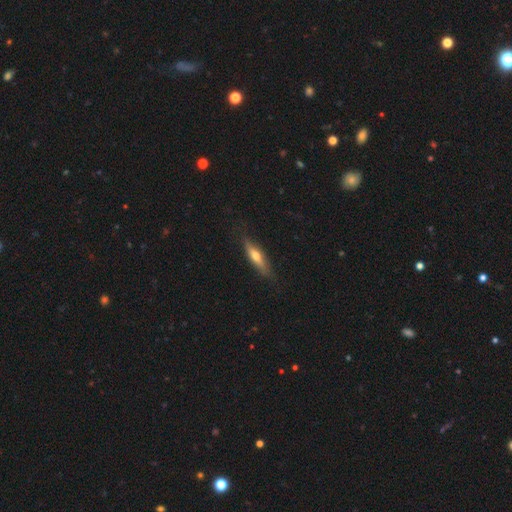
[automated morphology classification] Smooth or featured? smooth (50%)
Merging? none (81%)